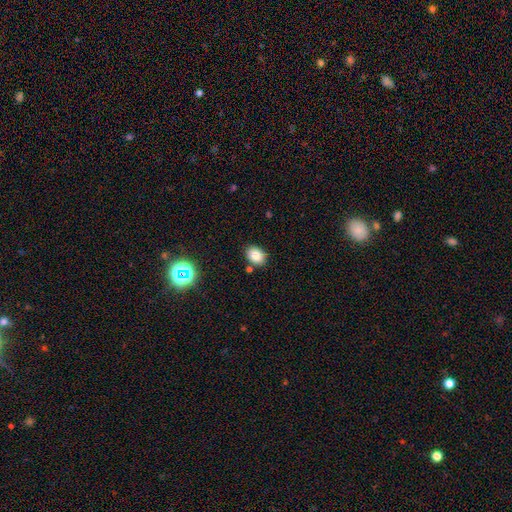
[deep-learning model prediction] This is clearly a smooth galaxy (82%). How rounded: likely in between (73%). Merging: clearly none (82%).